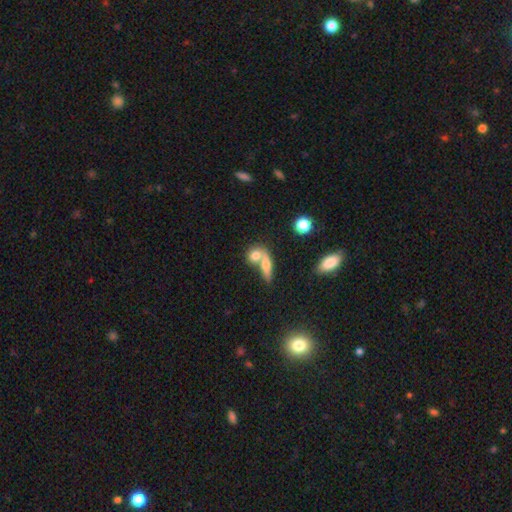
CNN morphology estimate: Smooth or featured? smooth (71%)
How rounded? in between (51%)
Merging? merger (60%)